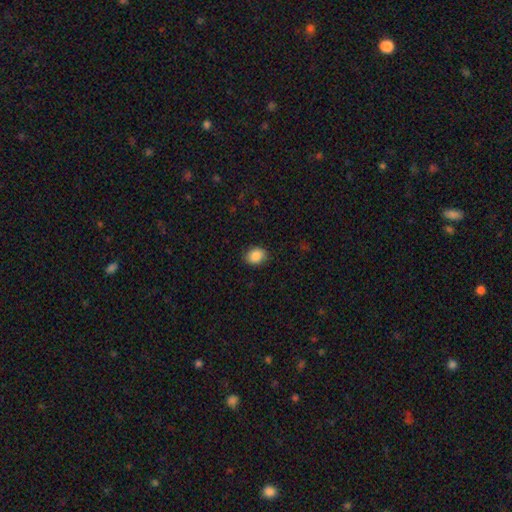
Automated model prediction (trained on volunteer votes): A smooth galaxy with no disk features (88%) that is in between round and cigar-shaped (52%).

Vote fractions:
- Smooth or featured? smooth: 88% / star or artifact: 8% / featured or disk: 4%
- How rounded? in between: 52% / round: 47% / cigar-shaped: 1%
- Merging? none: 86% / minor disturbance: 11% / major disturbance: 3% / merger: 1%